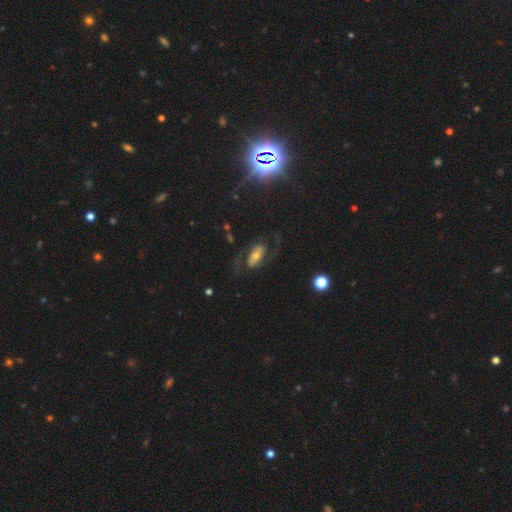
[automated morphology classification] The model was most divided on "bar": no: 35%, strong: 33%, weak: 32%. Remaining: edge-on disk — no (95%); spiral arm count — 2 (92%); spiral arms — yes (91%); smooth or featured — featured or disk (75%); merging — none (70%); bulge size — moderate (50%); spiral winding — medium (48%).